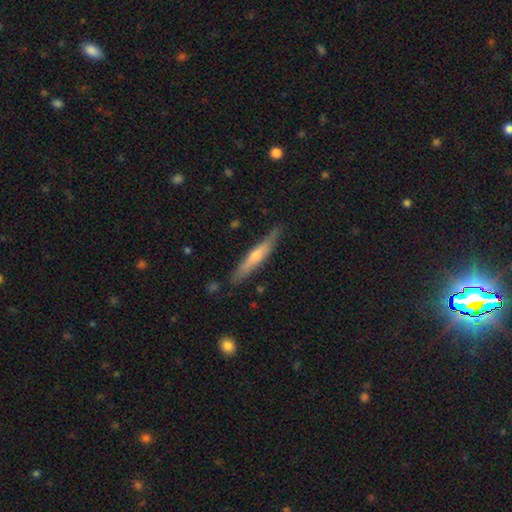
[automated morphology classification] type=featured or disk (60%); edge-on=yes (95%); edge-on bulge=rounded (80%); merging=none (85%).